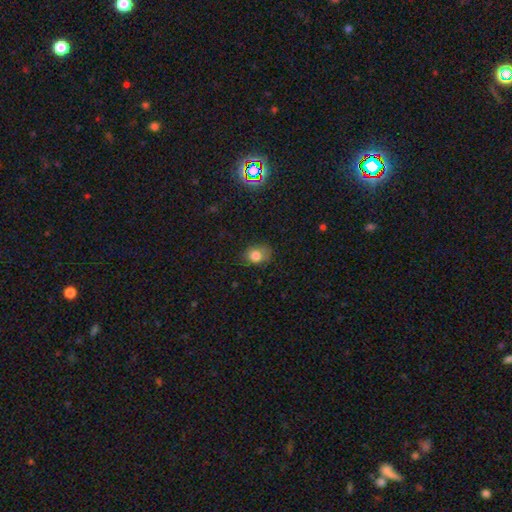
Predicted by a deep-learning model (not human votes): A smooth galaxy with no disk features (80%) that is in between round and cigar-shaped (54%). Merging: none (64%).